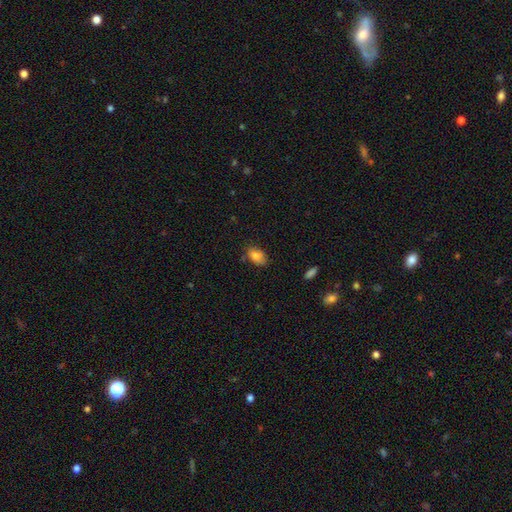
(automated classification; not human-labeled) smooth 82%, featured or disk 10%, star or artifact 9%. Down the decision tree: how rounded — in between (89%); merging — none (70%).